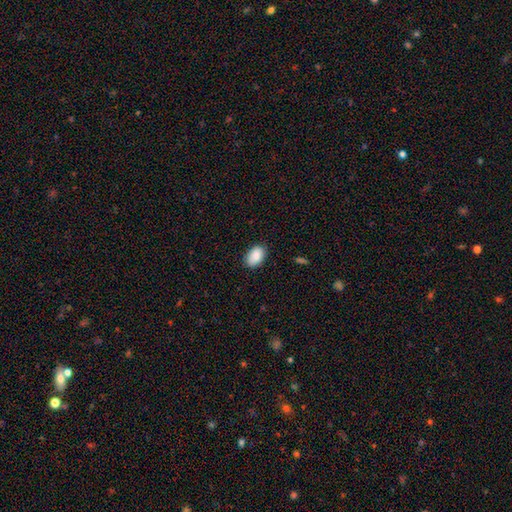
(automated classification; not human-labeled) Morphology: type=smooth (87%); roundness=in between (90%); merging=none (84%).